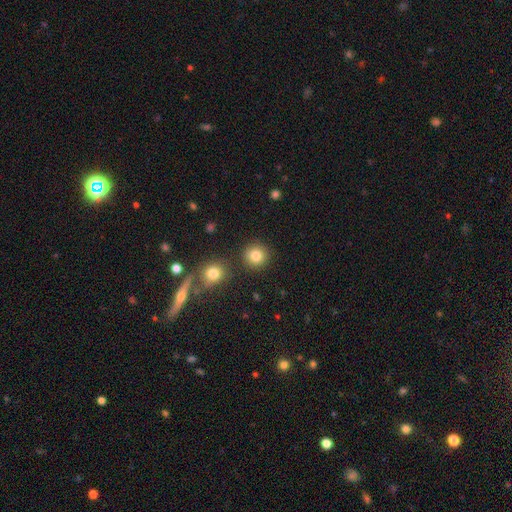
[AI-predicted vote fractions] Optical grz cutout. It shows a smooth galaxy with no disk features (82%) that is round (91%). Merging: none (85%).